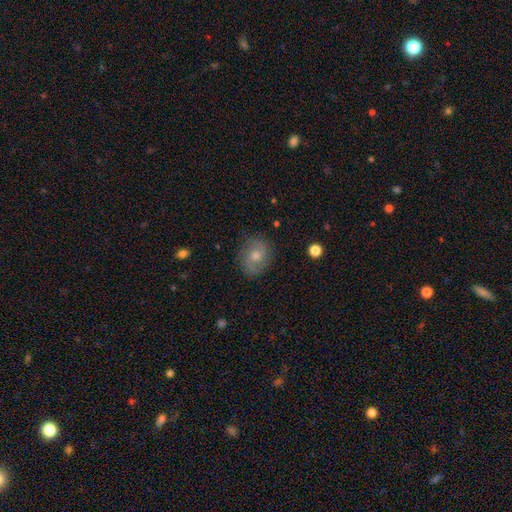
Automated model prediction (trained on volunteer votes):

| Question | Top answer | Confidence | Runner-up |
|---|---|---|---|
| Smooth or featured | featured or disk | 49% | smooth (39%) |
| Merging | none | 82% | minor disturbance (13%) |